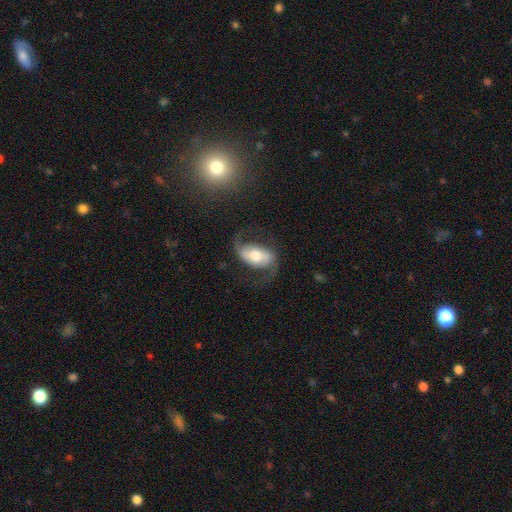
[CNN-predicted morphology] type=featured or disk (72%); edge-on=no (95%); bar=weak (36%); spiral arms=yes (91%); winding=loose (59%); arm count=2 (90%); bulge=moderate (64%); merging=none (66%).